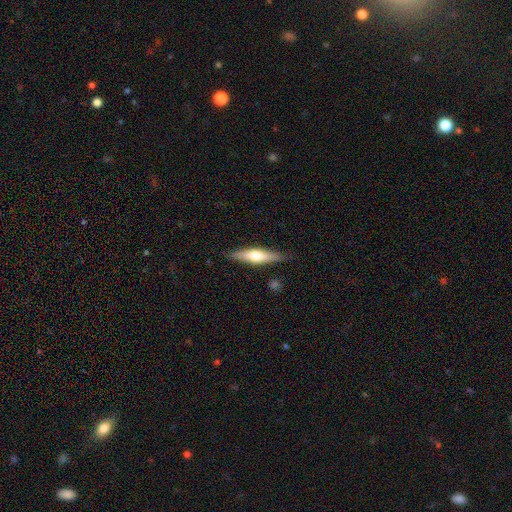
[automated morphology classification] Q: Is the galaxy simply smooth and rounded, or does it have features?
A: featured or disk — 48%.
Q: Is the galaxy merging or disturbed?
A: none — 86%.